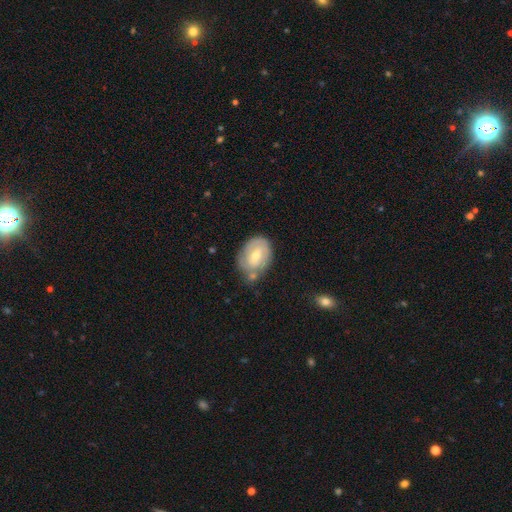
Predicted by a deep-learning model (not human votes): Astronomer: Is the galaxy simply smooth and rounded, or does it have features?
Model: featured or disk — 59% (runner-up: smooth, 34%).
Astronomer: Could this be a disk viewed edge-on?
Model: no — 95%.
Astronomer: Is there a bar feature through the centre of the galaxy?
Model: weak — 45% (runner-up: no, 43%).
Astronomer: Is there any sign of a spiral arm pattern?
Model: yes — 65%.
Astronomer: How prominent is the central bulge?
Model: moderate — 56% (runner-up: small, 40%).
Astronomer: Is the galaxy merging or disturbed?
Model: none — 54%.